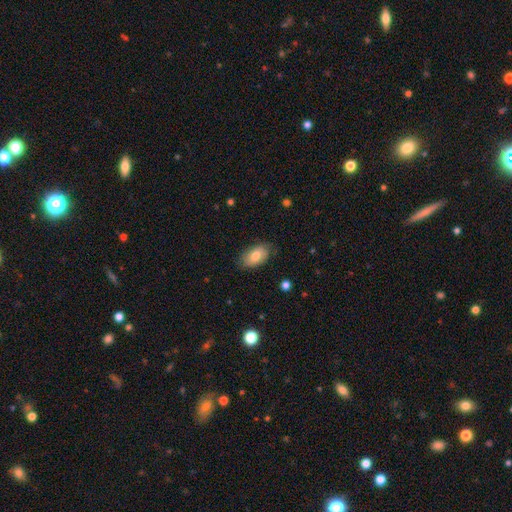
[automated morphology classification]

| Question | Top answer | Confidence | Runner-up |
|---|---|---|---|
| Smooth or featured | smooth | 76% | featured or disk (17%) |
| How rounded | in between | 93% | round (5%) |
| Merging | none | 78% | minor disturbance (18%) |